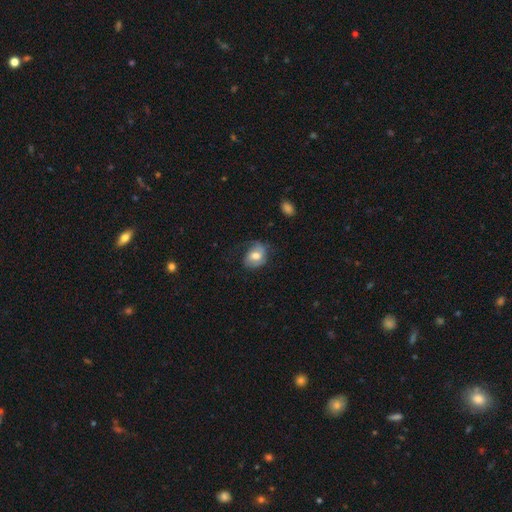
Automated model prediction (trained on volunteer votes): The model was most divided on "how rounded": in between: 58%, round: 41%, cigar-shaped: 1%. More confident: smooth or featured — smooth (55%); merging — none (50%).